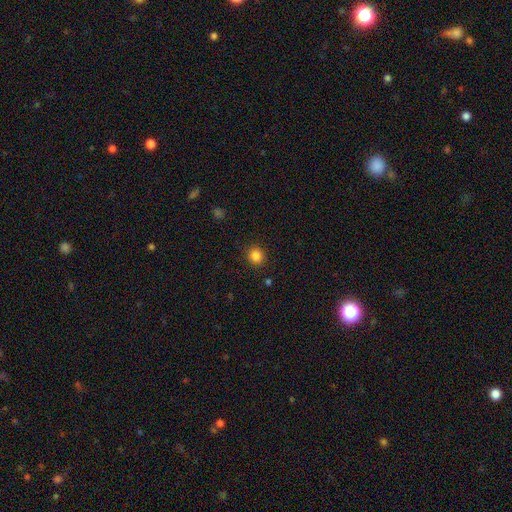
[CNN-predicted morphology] smooth_or_featured: smooth (p=0.85) [alt: star or artifact p=0.11]
how_rounded: round (p=0.88) [alt: in between p=0.11]
merging: none (p=0.91) [alt: minor disturbance p=0.06]